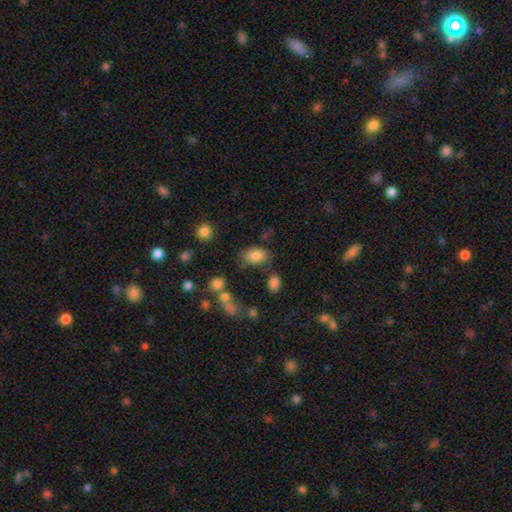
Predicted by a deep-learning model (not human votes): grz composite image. It shows a smooth galaxy with no disk features (82%) that is in between round and cigar-shaped (87%). Merging: none (68%).